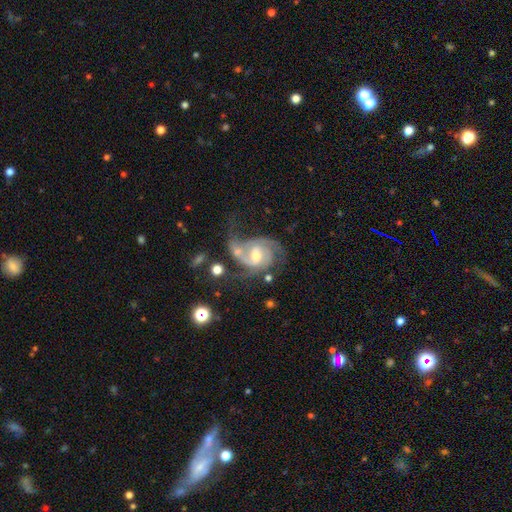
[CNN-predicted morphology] smooth-or-featured: featured or disk: 88% | smooth: 6% | star or artifact: 5%
  disk-edge-on: no: 98% | yes: 2%
    bar: weak: 51% | no: 34% | strong: 16%
    has-spiral-arms: yes: 97% | no: 3%
      spiral-winding: medium: 50% | tight: 32% | loose: 18%
      spiral-arm-count: 2: 60% | 3: 19% | can't tell: 11% | 1: 5% | 4: 3% | more than 4: 3%
    bulge-size: moderate: 59% | small: 35% | large: 3% | none: 2% | dominant: 1%
  merging: none: 39% | major disturbance: 23% | minor disturbance: 19% | merger: 19%